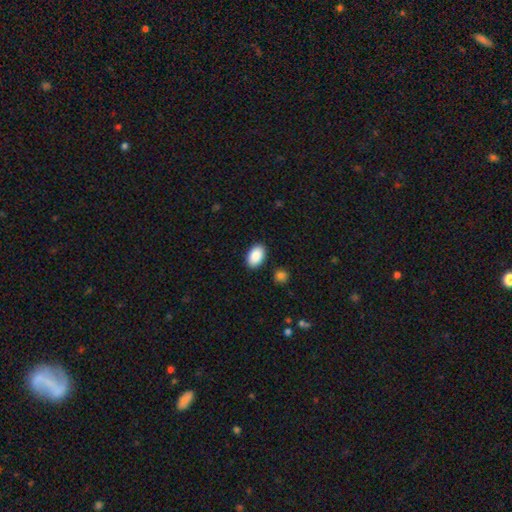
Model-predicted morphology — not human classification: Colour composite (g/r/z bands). It shows a smooth galaxy with no disk features (90%) that is in between round and cigar-shaped (92%). Merging: none (89%).